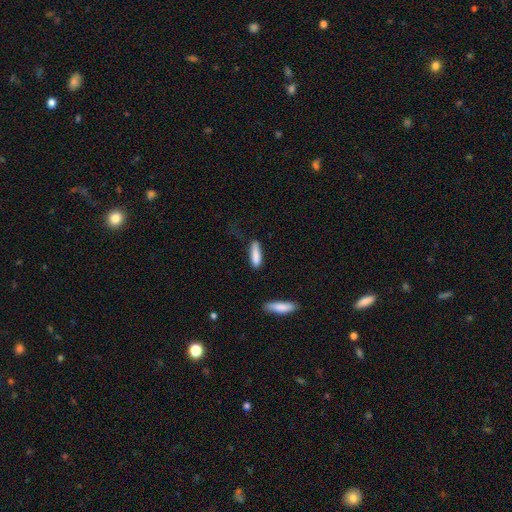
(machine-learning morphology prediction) A smooth galaxy with no disk features (85%) that is cigar-shaped (71%). Merging: none (72%).